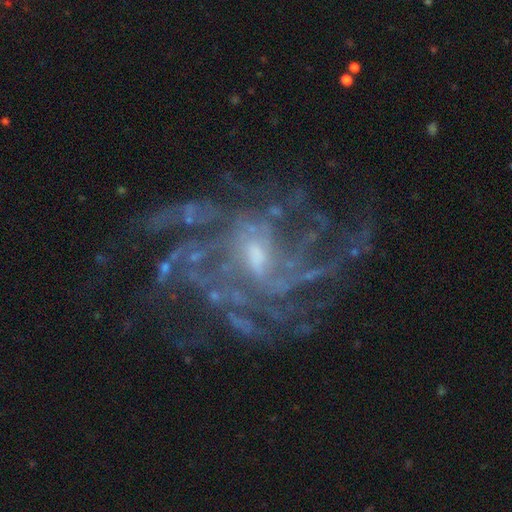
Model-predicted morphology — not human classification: Smooth or featured? Predicted: featured or disk (p=0.86). Edge-on disk? Predicted: no (p=0.97). Bar? Predicted: weak (p=0.46). Spiral arms? Predicted: yes (p=0.93). Spiral winding? Predicted: medium (p=0.43). Spiral arm count? Predicted: can't tell (p=0.28). Bulge size? Predicted: small (p=0.48). Merging? Predicted: none (p=0.54).